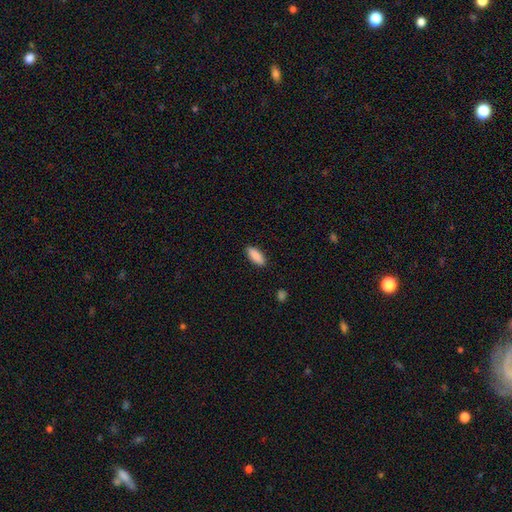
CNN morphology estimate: This is clearly a smooth galaxy (90%). How rounded: likely in between (76%). Merging: clearly none (88%).